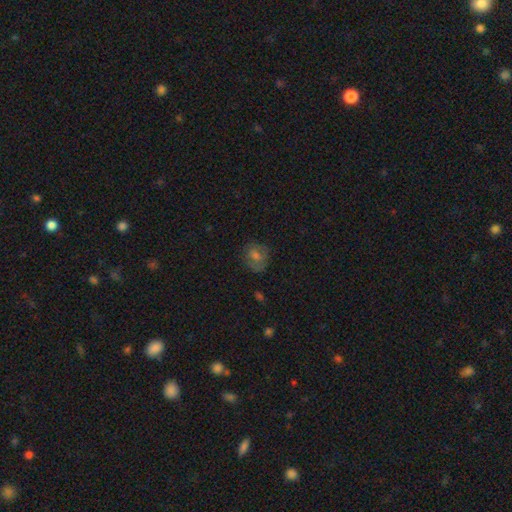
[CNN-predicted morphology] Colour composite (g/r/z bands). It shows a smooth galaxy with no disk features (57%) that is round (67%). Merging: none (69%).